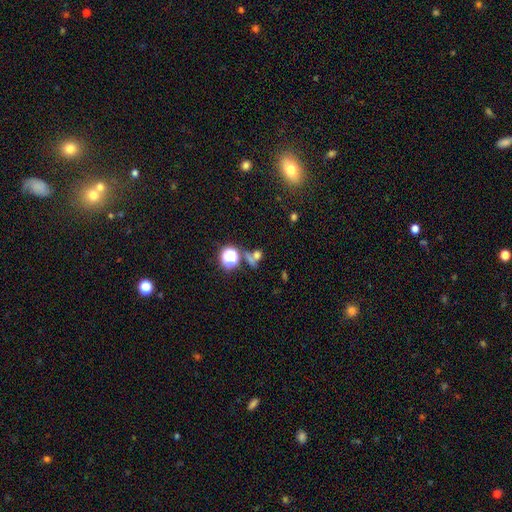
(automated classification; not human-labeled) smooth 52%, star or artifact 35%, featured or disk 12%. Down the decision tree: how rounded — round (63%); merging — none (50%).